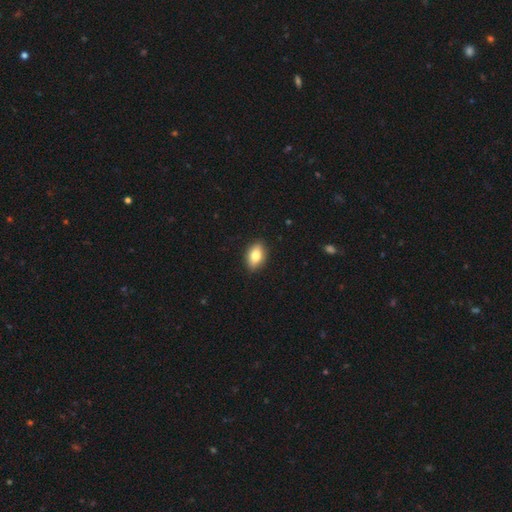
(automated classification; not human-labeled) Smooth or featured? Predicted: smooth (p=0.78). How rounded? Predicted: in between (p=0.87). Merging? Predicted: none (p=0.89).